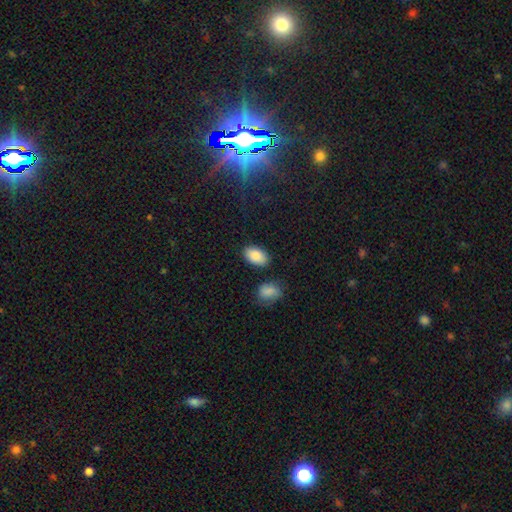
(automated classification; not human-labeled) Overall: smooth (88%). How rounded: in between (92%). Merging: none (82%).